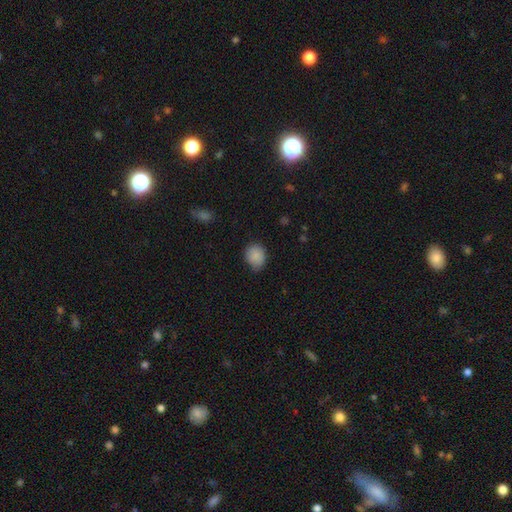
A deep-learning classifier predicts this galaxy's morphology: Overall: smooth (87%). How rounded: round (59%; in between 40%). Merging: none (68%).